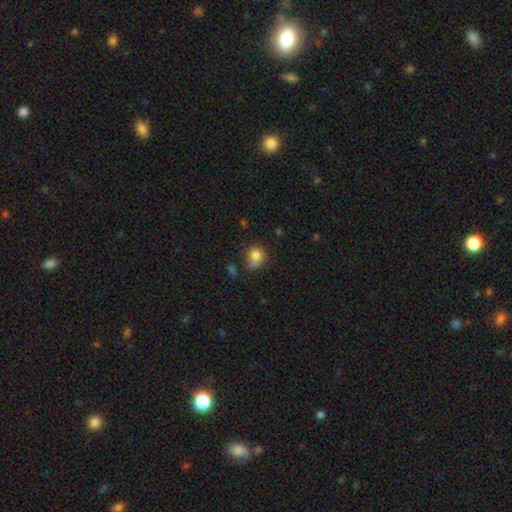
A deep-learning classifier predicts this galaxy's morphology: smooth 81%, star or artifact 10%, featured or disk 9%. Down the decision tree: how rounded — round (67%); merging — none (48%).